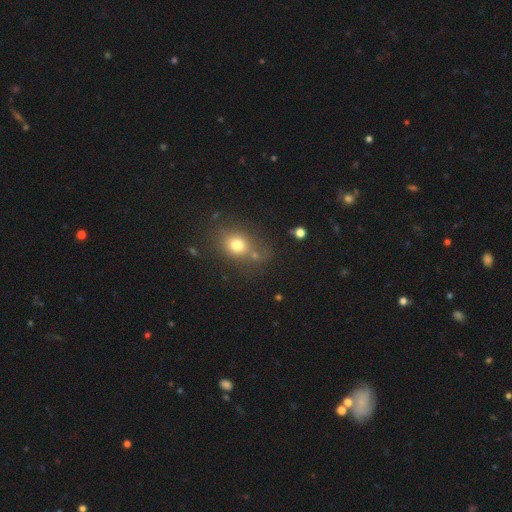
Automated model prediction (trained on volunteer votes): Smooth or featured: smooth — 70% (star or artifact — 18%)
How rounded: round — 65% (in between — 33%)
Merging: none — 62% (merger — 16%)